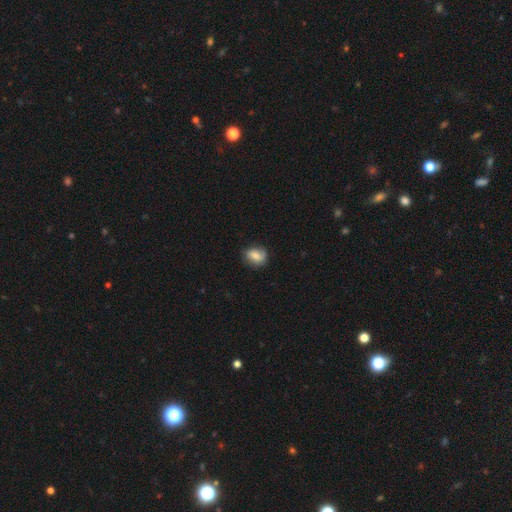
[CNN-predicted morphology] Q: Smooth or featured?
A: smooth (74%); runner-up: featured or disk (18%)
Q: How rounded?
A: in between (60%); runner-up: round (38%)
Q: Merging?
A: none (72%); runner-up: minor disturbance (22%)